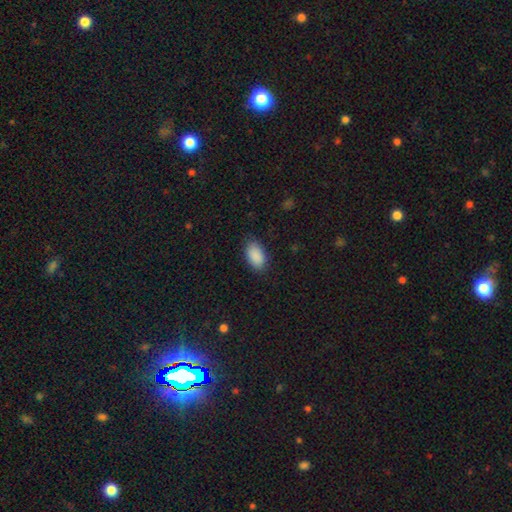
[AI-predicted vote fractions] Smooth or featured? smooth (90%)
How rounded? in between (94%)
Merging? none (83%)